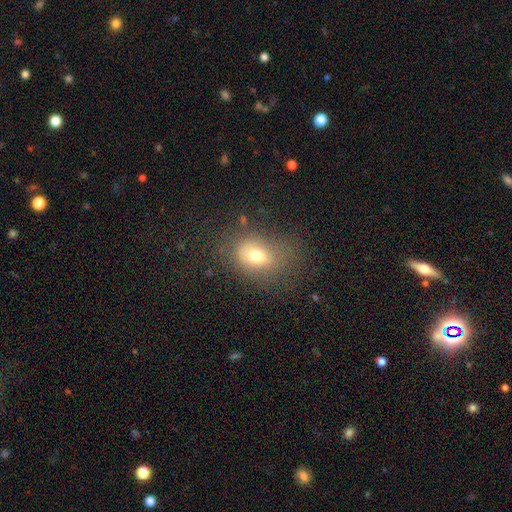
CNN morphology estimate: This is likely a smooth galaxy (71%). How rounded: likely in between (65%). Merging: likely none (60%).